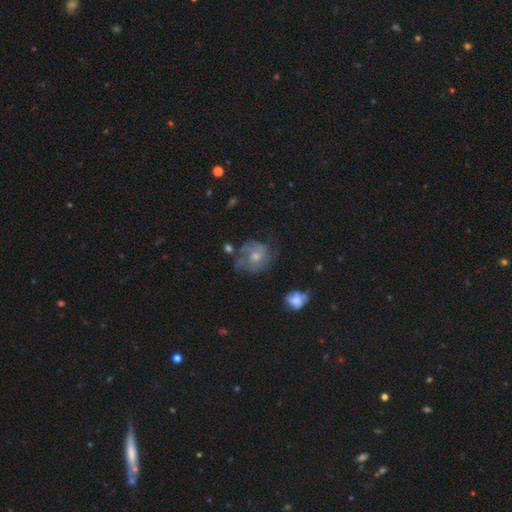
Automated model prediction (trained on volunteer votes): Q: Smooth or featured?
A: featured or disk (68%); runner-up: smooth (23%)
Q: Edge-on disk?
A: no (98%); runner-up: yes (2%)
Q: Bar?
A: no (75%); runner-up: weak (22%)
Q: Spiral arms?
A: yes (83%); runner-up: no (17%)
Q: Spiral winding?
A: tight (42%); runner-up: medium (40%)
Q: Spiral arm count?
A: can't tell (36%); runner-up: 2 (24%)
Q: Bulge size?
A: small (50%); runner-up: moderate (42%)
Q: Merging?
A: none (49%); runner-up: minor disturbance (24%)